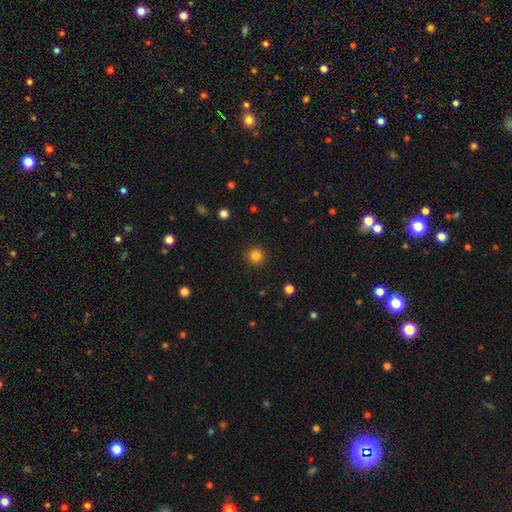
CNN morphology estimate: smooth_or_featured: smooth (p=0.84) [alt: star or artifact p=0.12]
how_rounded: round (p=0.94) [alt: in between p=0.05]
merging: none (p=0.91) [alt: minor disturbance p=0.05]